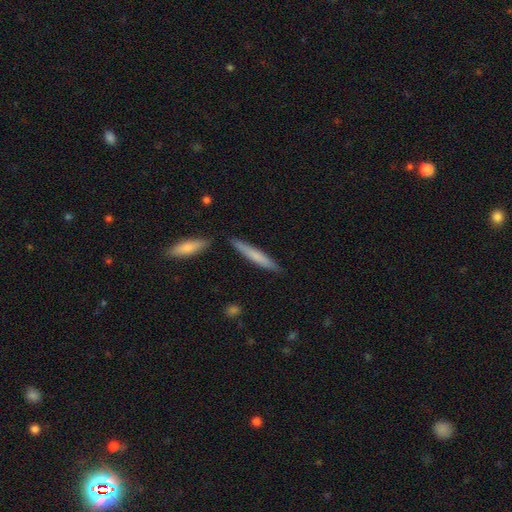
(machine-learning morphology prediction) A smooth galaxy with no disk features (69%) that is cigar-shaped (94%). Merging: none (84%).